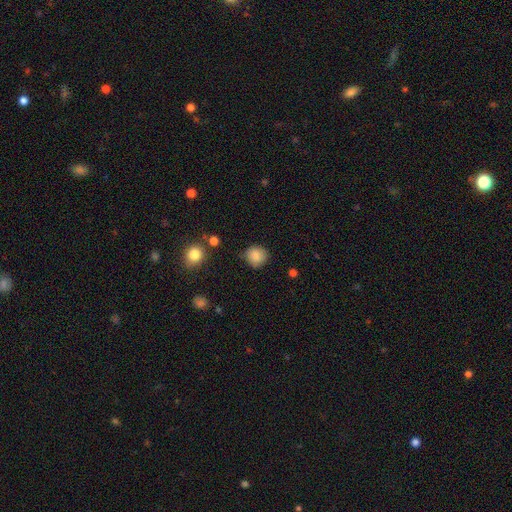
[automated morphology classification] smooth 86%, star or artifact 9%, featured or disk 5%. Down the decision tree: how rounded — round (89%); merging — none (81%).